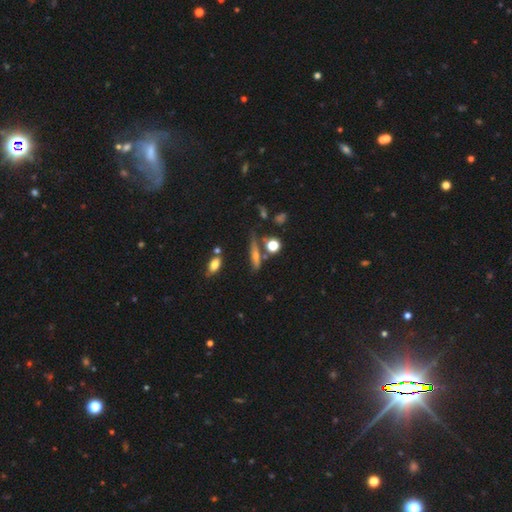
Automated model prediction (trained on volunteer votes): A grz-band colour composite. It shows a smooth galaxy with no disk features (42%). Merging: none (67%).